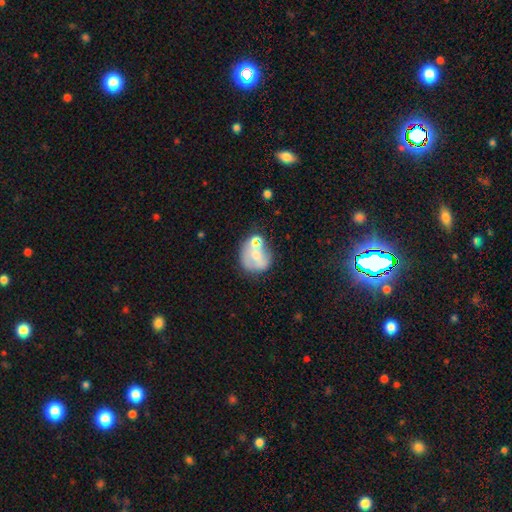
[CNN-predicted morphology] The model was most divided on "merging": none: 40%, merger: 30%, minor disturbance: 18%, major disturbance: 12%. More confident: how rounded — round (72%); smooth or featured — smooth (52%).